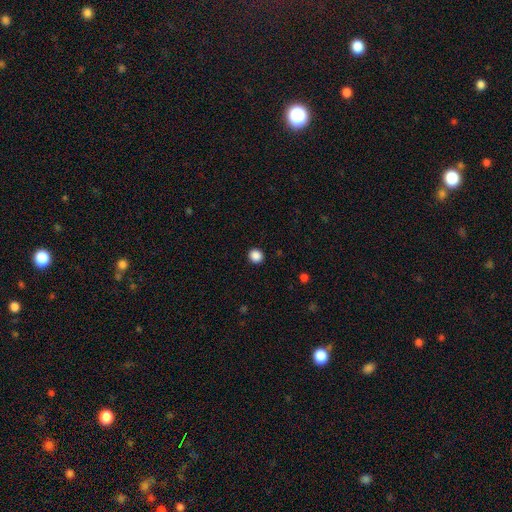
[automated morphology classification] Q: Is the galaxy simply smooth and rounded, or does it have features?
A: smooth — 88%.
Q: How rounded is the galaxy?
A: round — 89%.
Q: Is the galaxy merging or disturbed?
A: none — 92%.